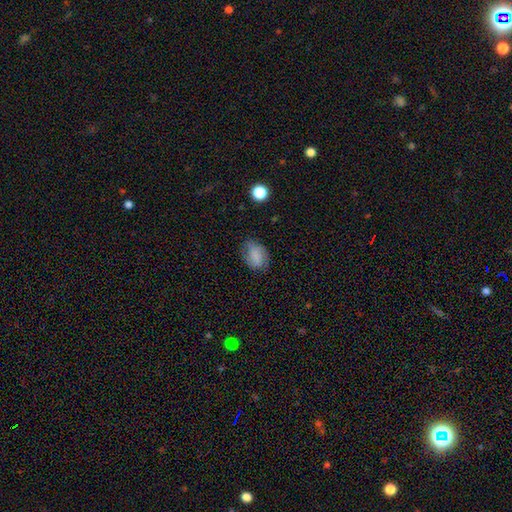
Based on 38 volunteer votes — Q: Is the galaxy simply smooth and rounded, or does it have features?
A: smooth — 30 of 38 (79%).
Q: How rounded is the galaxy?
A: in between — 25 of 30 (83%).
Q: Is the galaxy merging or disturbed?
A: none — 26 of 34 (76%).